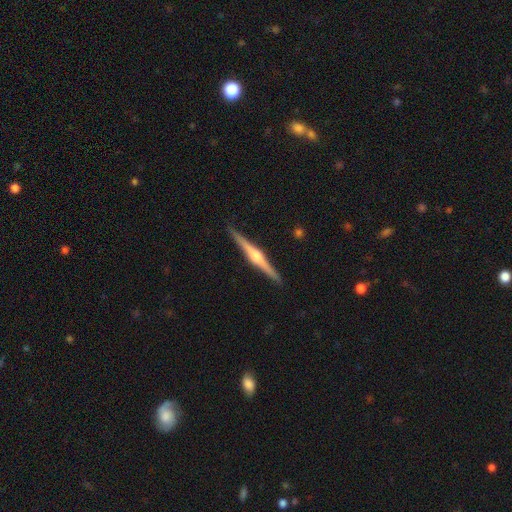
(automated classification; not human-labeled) This is clearly a featured or disk galaxy (82%). It is clearly viewed edge-on (99%). Edge-on bulge: clearly rounded (89%). Merging: clearly none (92%).